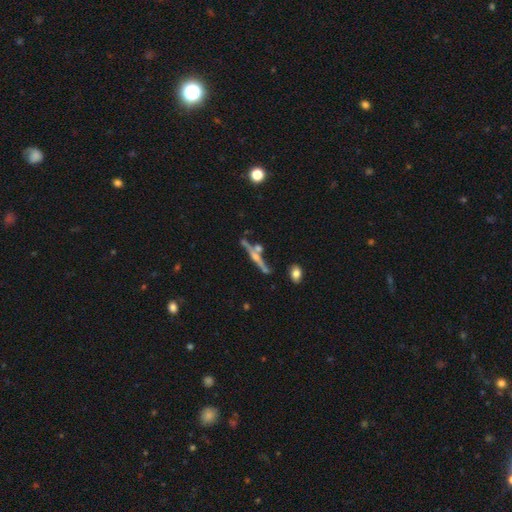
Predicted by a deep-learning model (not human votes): This appears to be a featured or disk galaxy (74%) viewed edge-on (95%) with a rounded central bulge (84%). Merging: none (70%).